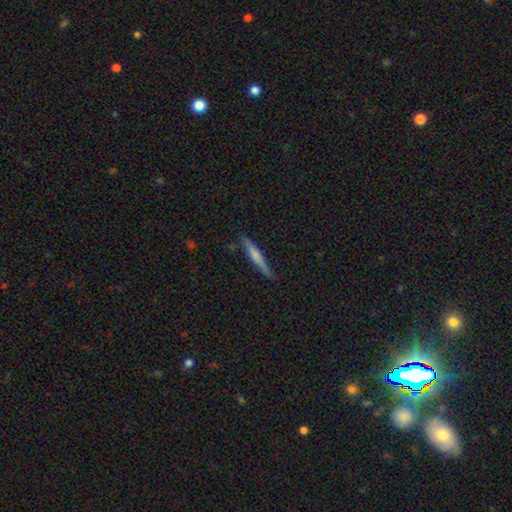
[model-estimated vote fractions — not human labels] This appears to be a smooth galaxy with no disk features (54%) that is cigar-shaped (94%). Merging: none (86%).